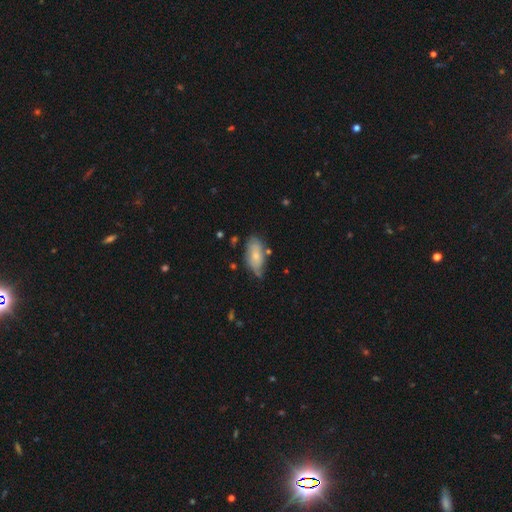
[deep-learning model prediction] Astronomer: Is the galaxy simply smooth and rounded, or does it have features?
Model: smooth — 63%.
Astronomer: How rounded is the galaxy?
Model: in between — 89%.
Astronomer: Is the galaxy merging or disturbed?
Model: none — 57%.